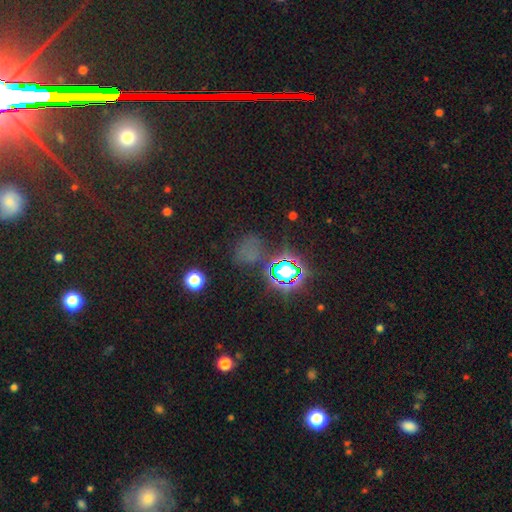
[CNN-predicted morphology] A star or artifact, not a galaxy (75%).

Vote fractions:
- Smooth or featured? star or artifact: 75% / smooth: 16% / featured or disk: 9%